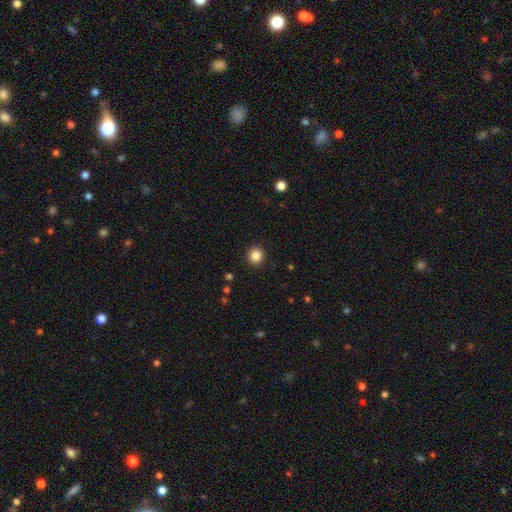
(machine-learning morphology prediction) The model was most divided on "smooth or featured": smooth: 85%, star or artifact: 11%, featured or disk: 4%. More confident: how rounded — round (93%); merging — none (92%).